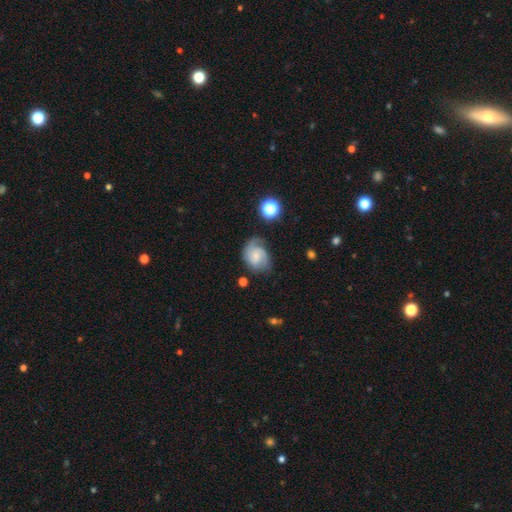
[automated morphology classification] The model was most divided on "spiral winding": medium: 44%, tight: 41%, loose: 15%. More confident: edge-on disk — no (98%); spiral arms — yes (94%); smooth or featured — featured or disk (71%); merging — none (60%); bar — no (60%); bulge size — small (56%); spiral arm count — 2 (55%).